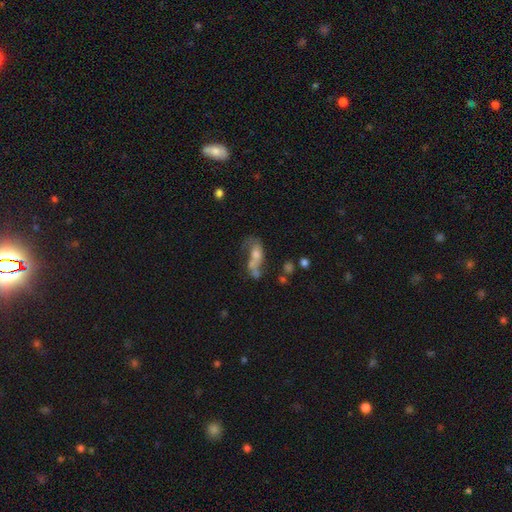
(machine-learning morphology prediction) smooth_or_featured: featured or disk (p=0.48) [alt: smooth p=0.36]
merging: merger (p=0.35) [alt: major disturbance p=0.26]